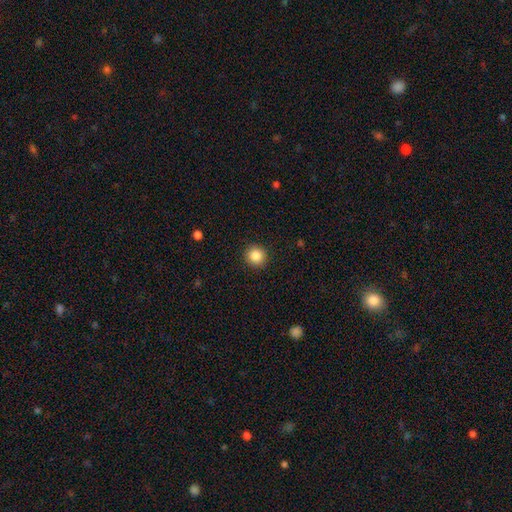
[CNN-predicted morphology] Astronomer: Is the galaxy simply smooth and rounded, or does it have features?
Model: smooth — 87%.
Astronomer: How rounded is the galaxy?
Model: round — 94%.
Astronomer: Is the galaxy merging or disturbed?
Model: none — 92%.